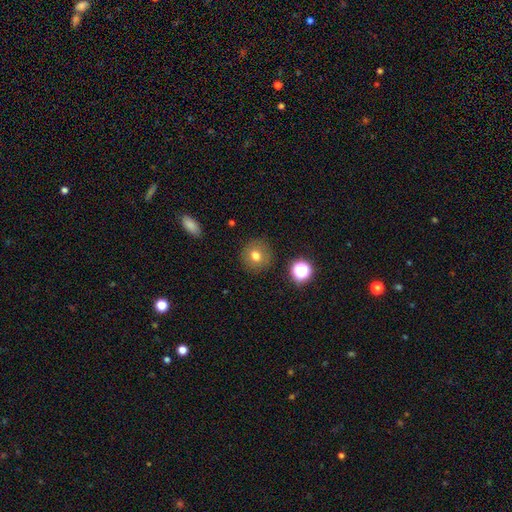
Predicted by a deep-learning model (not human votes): Smooth or featured? smooth (75%)
How rounded? round (92%)
Merging? none (89%)